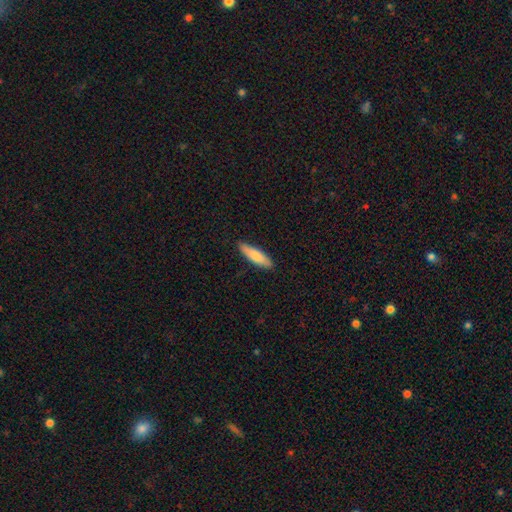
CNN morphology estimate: A smooth galaxy with no disk features (79%) that is cigar-shaped (68%).

Vote fractions:
- Smooth or featured? smooth: 79% / featured or disk: 16% / star or artifact: 5%
- How rounded? cigar-shaped: 68% / in between: 30% / round: 1%
- Merging? none: 87% / minor disturbance: 10% / major disturbance: 2% / merger: 1%